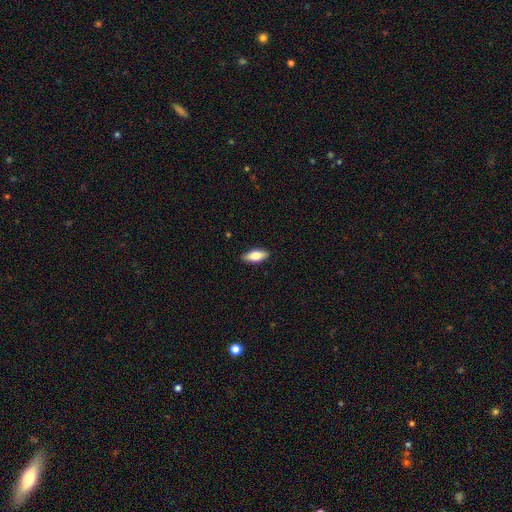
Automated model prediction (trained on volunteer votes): smooth 70%, featured or disk 23%, star or artifact 6%. Down the decision tree: how rounded — in between (77%); merging — none (87%).